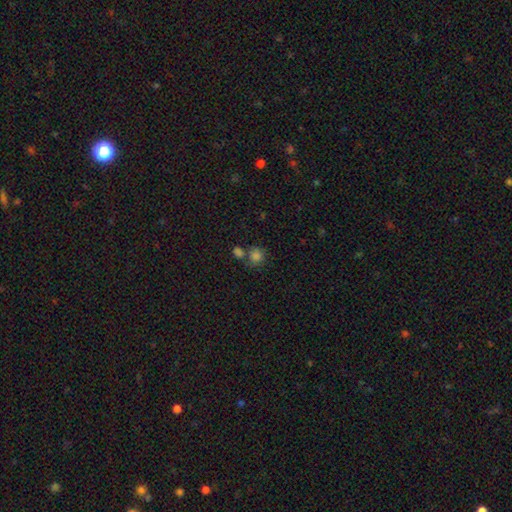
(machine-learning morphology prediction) smooth_or_featured: smooth (p=0.81) [alt: star or artifact p=0.12]
how_rounded: round (p=0.86) [alt: in between p=0.13]
merging: none (p=0.51) [alt: merger p=0.33]